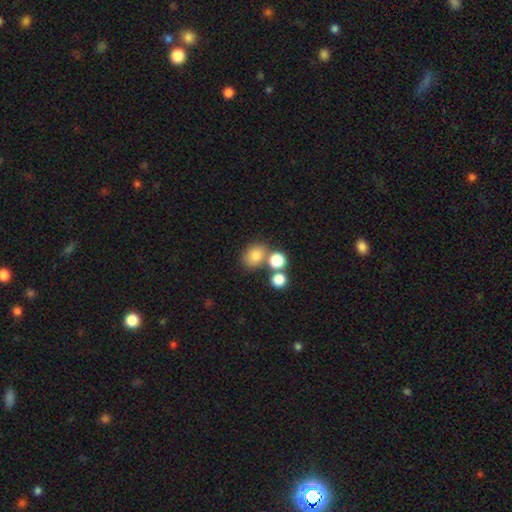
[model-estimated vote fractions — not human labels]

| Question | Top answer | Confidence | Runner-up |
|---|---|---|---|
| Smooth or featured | smooth | 79% | star or artifact (12%) |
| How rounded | round | 53% | in between (46%) |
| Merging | none | 58% | merger (27%) |